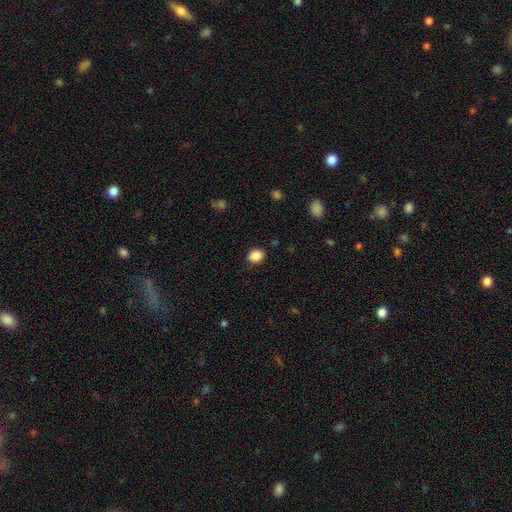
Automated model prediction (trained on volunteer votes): Smooth or featured?
  - smooth: 86% *
  - star or artifact: 10%
  - featured or disk: 4%
How rounded?
  - round: 64% *
  - in between: 35%
  - cigar-shaped: 1%
Merging?
  - none: 82% *
  - minor disturbance: 14%
  - major disturbance: 3%
  - merger: 1%